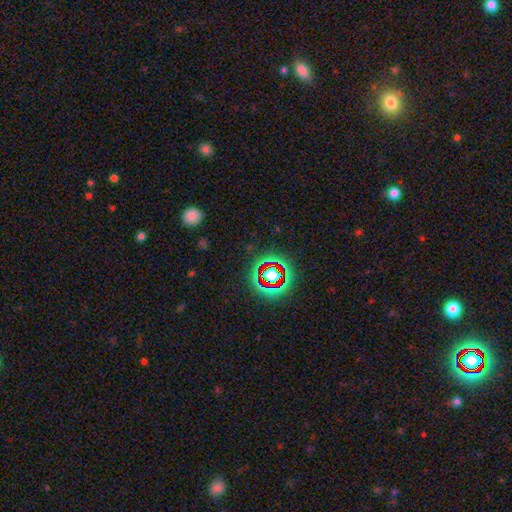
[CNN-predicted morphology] A star or artifact, not a galaxy (76%).